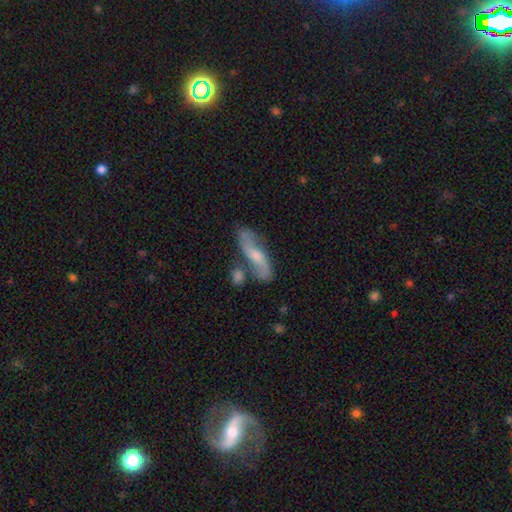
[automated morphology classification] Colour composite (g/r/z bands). It shows a featured or disk galaxy (73%) with no bar (44%), 2 (91%) loose (63%) spiral arms (92%) and a moderate central bulge (50%). Merging: none (63%).